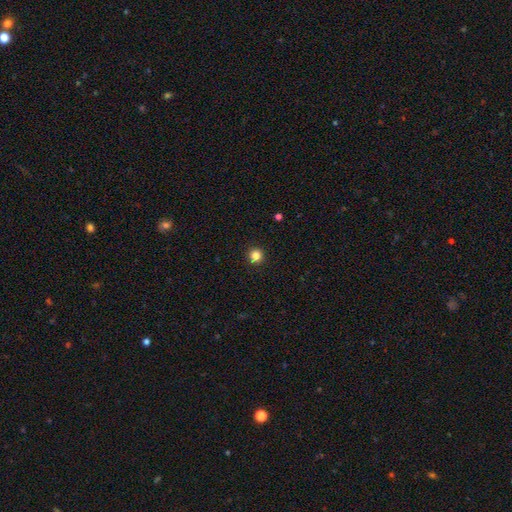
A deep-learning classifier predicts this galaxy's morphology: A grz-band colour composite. It shows a smooth galaxy with no disk features (83%) that is round (95%). Merging: none (92%).